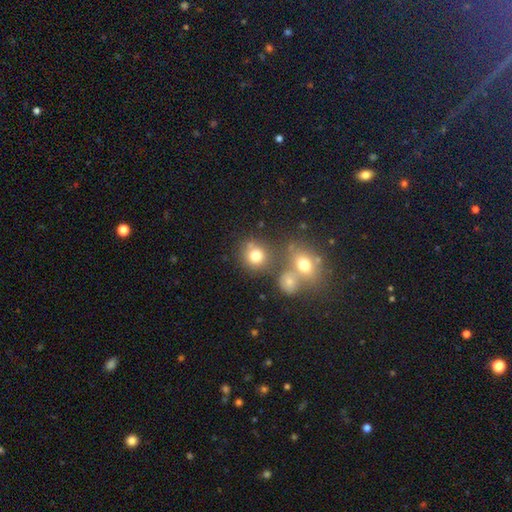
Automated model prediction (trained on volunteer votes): smooth 76%, star or artifact 14%, featured or disk 9%. Down the decision tree: how rounded — round (83%); merging — none (59%).